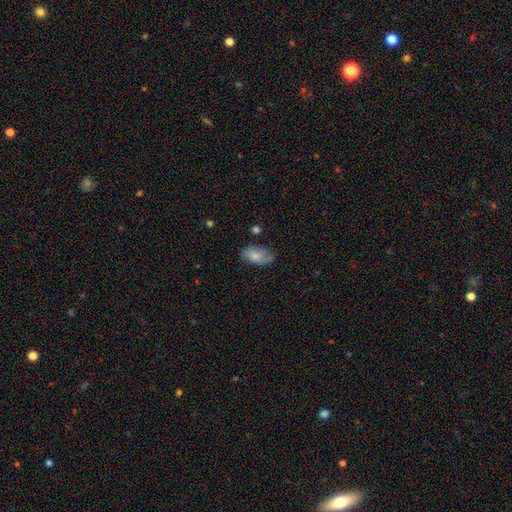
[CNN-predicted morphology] Smooth or featured? Predicted: smooth (p=0.75). How rounded? Predicted: in between (p=0.93). Merging? Predicted: none (p=0.62).